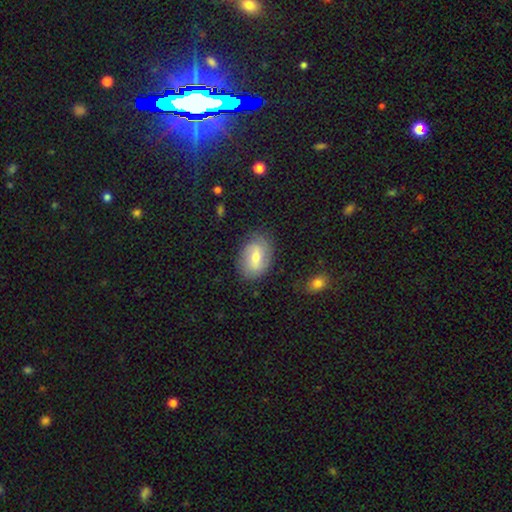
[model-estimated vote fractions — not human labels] Q: Smooth or featured?
A: smooth (47%); runner-up: featured or disk (45%)
Q: Merging?
A: none (78%); runner-up: minor disturbance (16%)